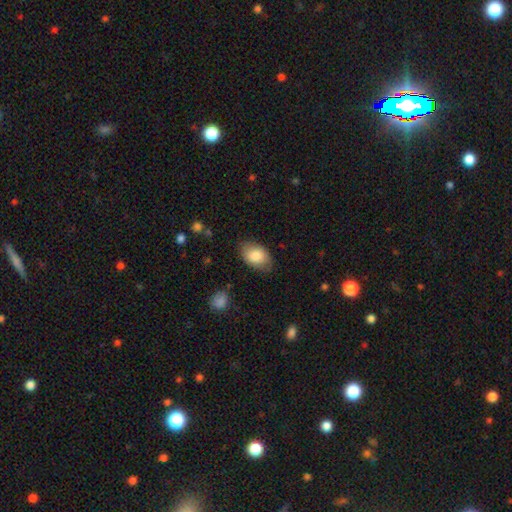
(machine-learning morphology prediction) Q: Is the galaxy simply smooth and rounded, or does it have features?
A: smooth — 83%.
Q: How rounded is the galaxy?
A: in between — 87%.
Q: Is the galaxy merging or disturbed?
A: none — 77%.